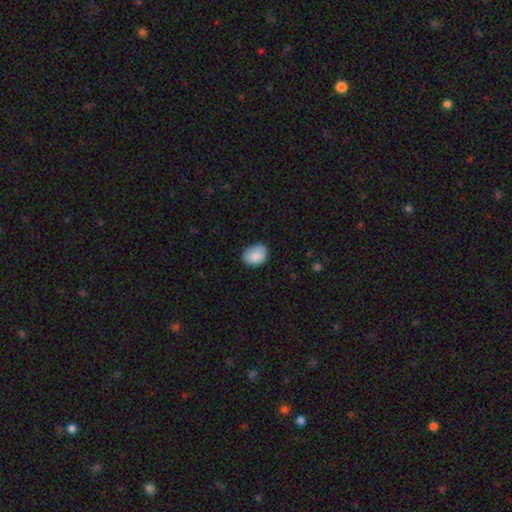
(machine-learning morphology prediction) Smooth or featured? smooth (88%)
How rounded? in between (67%)
Merging? none (75%)